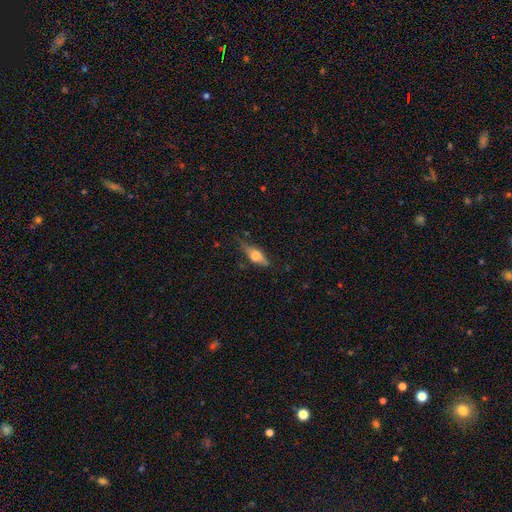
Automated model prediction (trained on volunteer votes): Morphology: type=smooth (51%); roundness=in between (57%); merging=none (66%).